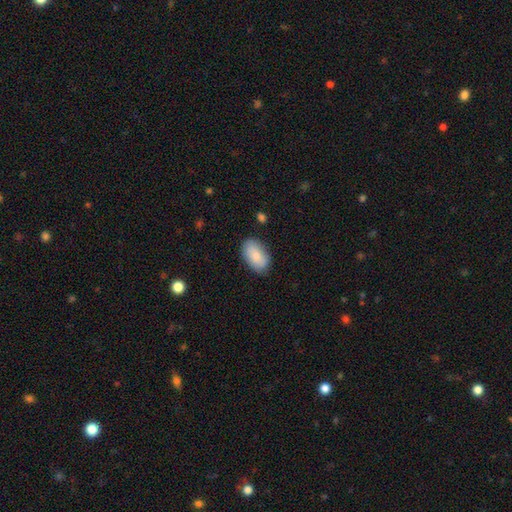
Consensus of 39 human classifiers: Smooth or featured?
  - smooth: 82% *
  - featured or disk: 13%
  - star or artifact: 5%
How rounded?
  - in between: 100% *
  - round: 0%
  - cigar-shaped: 0%
Merging?
  - none: 92% *
  - minor disturbance: 5%
  - major disturbance: 3%
  - merger: 0%